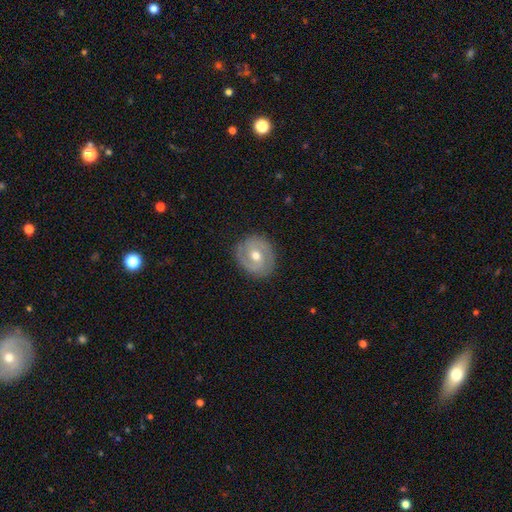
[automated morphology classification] A featured or disk galaxy (71%) with no bar (44%), 2 (81%) tight (49%) spiral arms (78%) and a moderate central bulge (76%). Merging: none (85%).